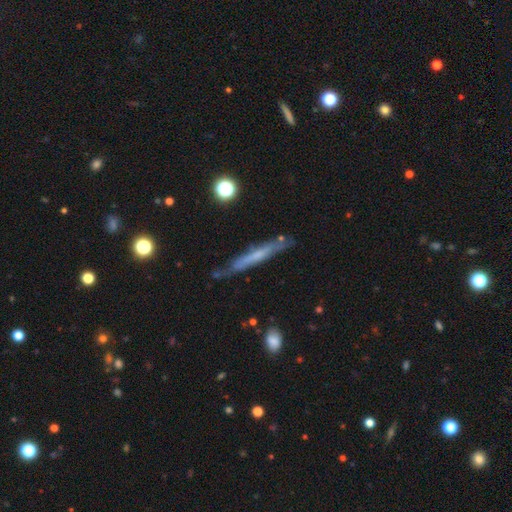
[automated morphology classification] Overall: featured or disk (55%; smooth 38%). Edge-on disk: yes (88%). Merging: none (74%).